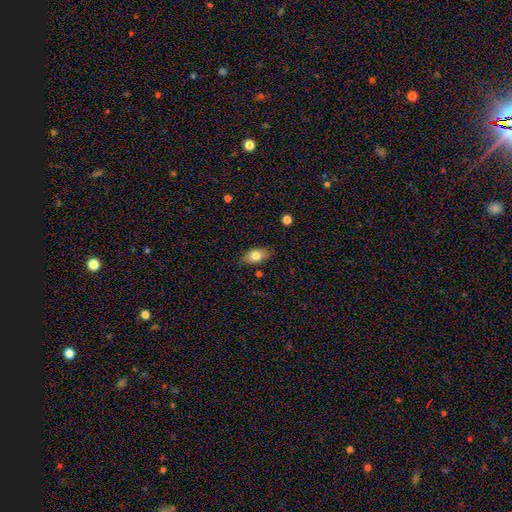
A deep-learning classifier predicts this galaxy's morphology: Smooth or featured: smooth — 76% (featured or disk — 16%)
How rounded: in between — 88% (round — 6%)
Merging: none — 83% (minor disturbance — 13%)